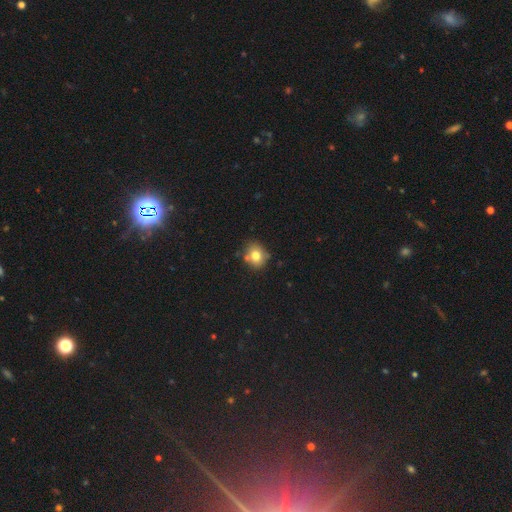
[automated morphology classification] smooth-or-featured: smooth: 76% | featured or disk: 12% | star or artifact: 12%
  how-rounded: round: 68% | in between: 31% | cigar-shaped: 1%
  merging: none: 71% | minor disturbance: 16% | merger: 9% | major disturbance: 4%